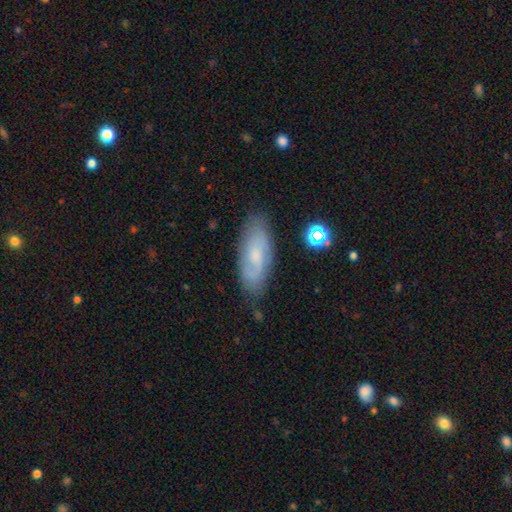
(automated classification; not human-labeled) featured or disk 52%, smooth 40%, star or artifact 8%. Down the decision tree: edge-on disk — no (87%); merging — none (77%).